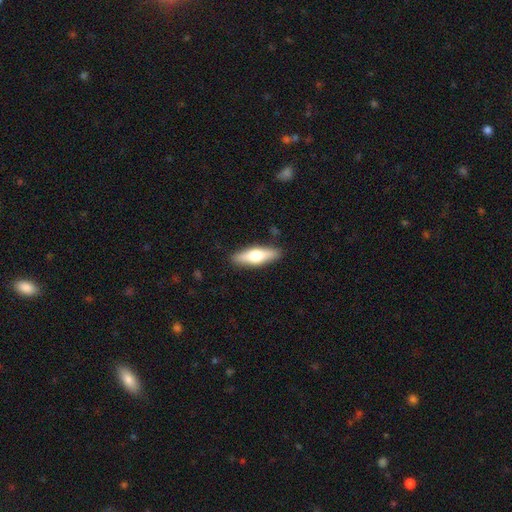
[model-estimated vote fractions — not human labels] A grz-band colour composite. It shows a smooth galaxy with no disk features (51%) that is cigar-shaped (55%). Merging: none (88%).